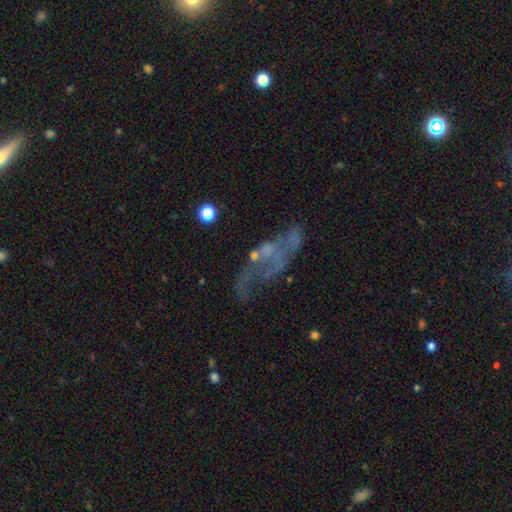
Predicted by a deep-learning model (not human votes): This appears to be a featured or disk galaxy (59%) with no bar (84%), no spiral arms (68%) and no central bulge (61%). Merging: major disturbance (37%).